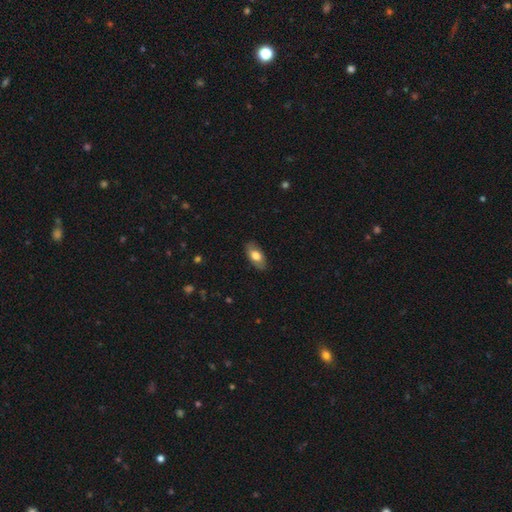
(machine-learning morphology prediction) This is likely a smooth galaxy (73%). How rounded: clearly in between (91%). Merging: clearly none (85%).